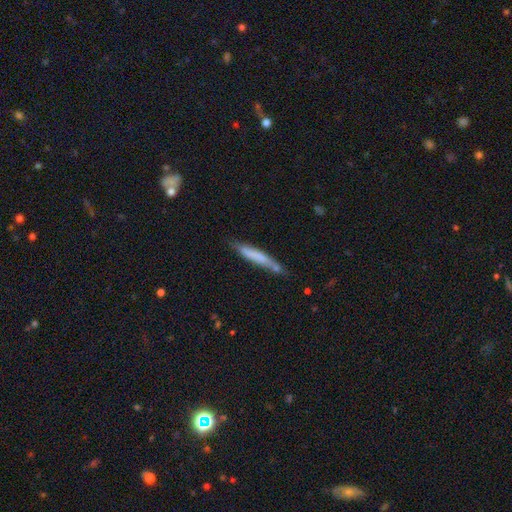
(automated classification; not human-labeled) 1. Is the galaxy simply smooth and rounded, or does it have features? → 65% smooth, 28% featured or disk, 6% star or artifact.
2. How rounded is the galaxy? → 93% cigar-shaped, 6% in between, 1% round.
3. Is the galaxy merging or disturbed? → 65% none, 23% minor disturbance, 7% merger, 5% major disturbance.